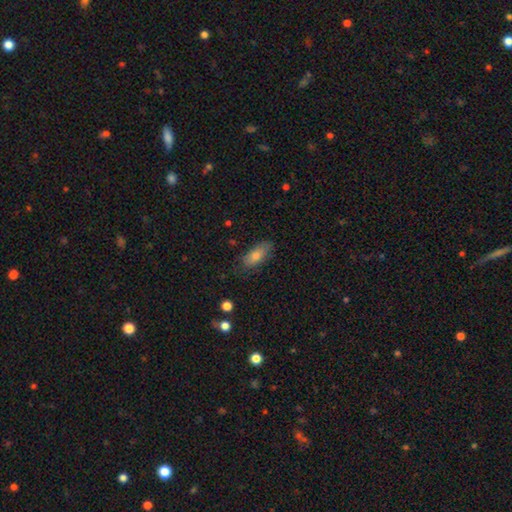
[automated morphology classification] The model was most divided on "smooth or featured": smooth: 70%, featured or disk: 22%, star or artifact: 9%. More confident: how rounded — in between (80%); merging — none (77%).